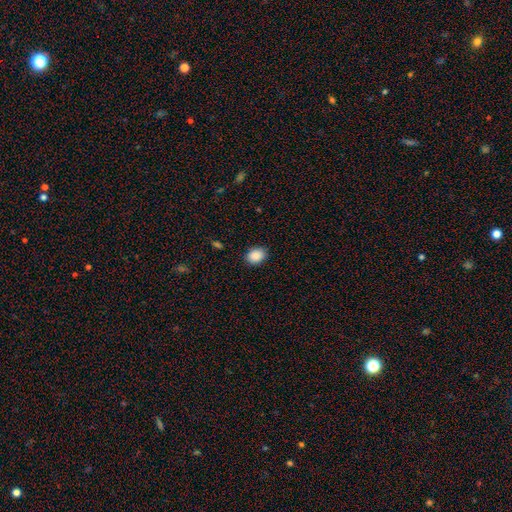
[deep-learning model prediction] This is clearly a smooth galaxy (89%). How rounded: possibly in between (58%). Merging: clearly none (88%).